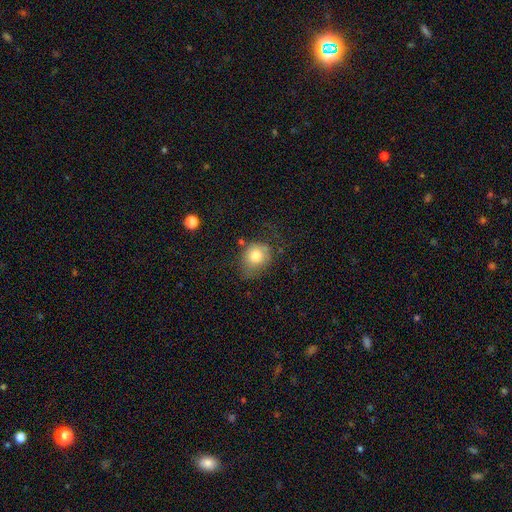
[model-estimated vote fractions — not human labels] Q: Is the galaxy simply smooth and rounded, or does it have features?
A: smooth — 78%.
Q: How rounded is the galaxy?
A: round — 65%.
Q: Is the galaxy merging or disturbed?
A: none — 48%.